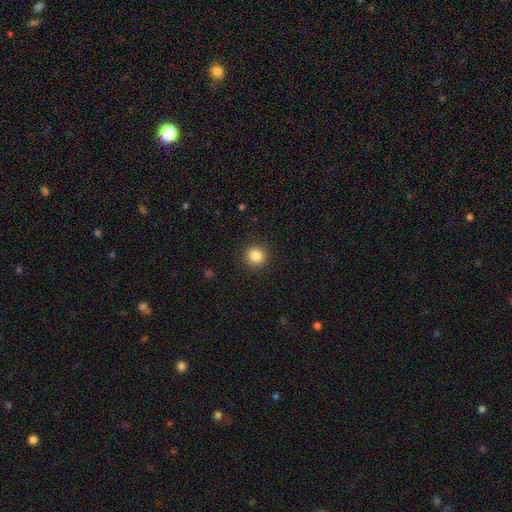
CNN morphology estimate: Smooth or featured: smooth — 85% (star or artifact — 11%)
How rounded: round — 94% (in between — 5%)
Merging: none — 92% (minor disturbance — 5%)